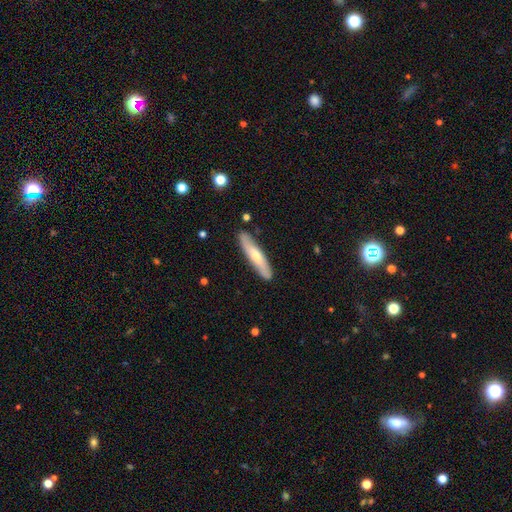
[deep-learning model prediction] This is possibly a smooth galaxy (47%). Merging: clearly none (86%).